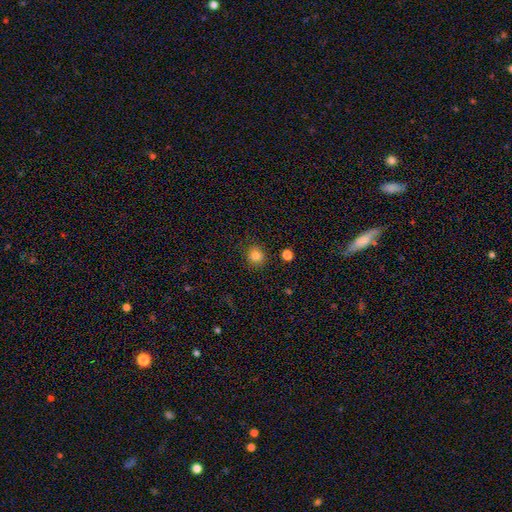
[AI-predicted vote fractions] This is clearly a smooth galaxy (83%). How rounded: clearly round (91%). Merging: clearly none (88%).